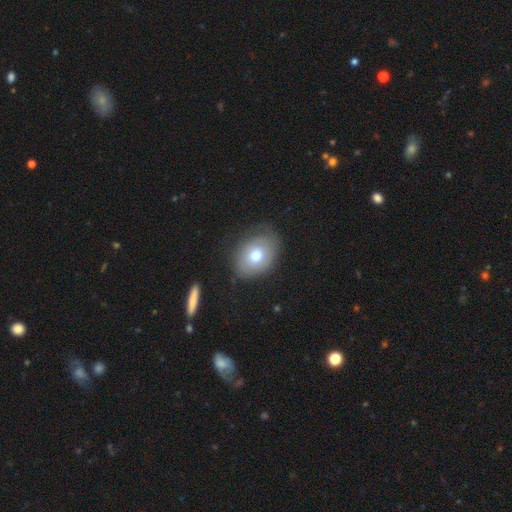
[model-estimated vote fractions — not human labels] smooth-or-featured: smooth: 70% | featured or disk: 21% | star or artifact: 8%
  how-rounded: in between: 69% | round: 29% | cigar-shaped: 1%
  merging: none: 73% | minor disturbance: 20% | major disturbance: 6% | merger: 2%